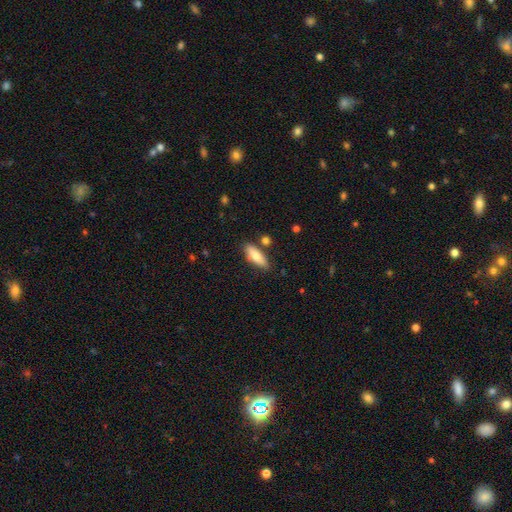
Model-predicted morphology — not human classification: smooth 76%, featured or disk 17%, star or artifact 6%. Down the decision tree: how rounded — in between (58%); merging — none (80%).